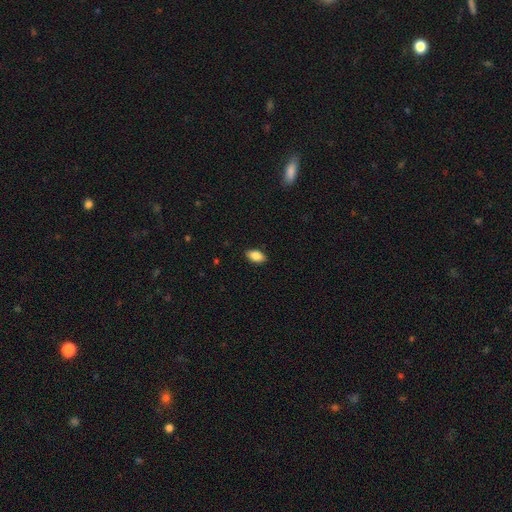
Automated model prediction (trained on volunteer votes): A smooth galaxy with no disk features (88%) that is in between round and cigar-shaped (92%). Merging: none (88%).